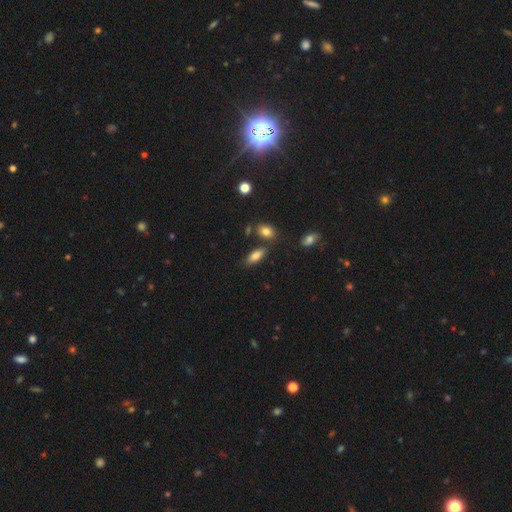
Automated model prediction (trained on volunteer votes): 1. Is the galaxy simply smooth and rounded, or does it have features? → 81% smooth, 11% featured or disk, 8% star or artifact.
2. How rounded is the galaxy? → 81% in between, 16% cigar-shaped, 3% round.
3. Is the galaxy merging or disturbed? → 77% none, 12% minor disturbance, 8% merger, 3% major disturbance.